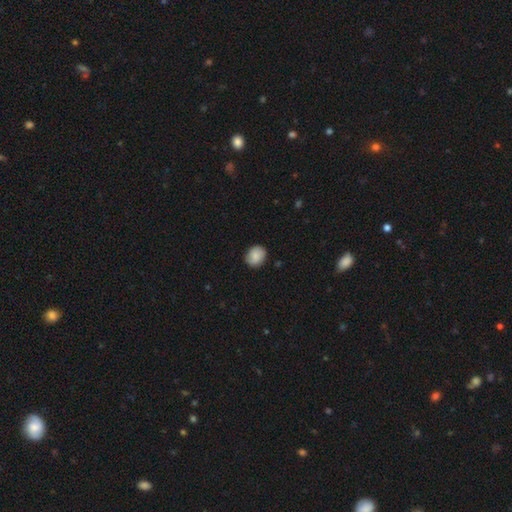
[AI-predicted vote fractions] This is clearly a smooth galaxy (82%). How rounded: likely round (69%). Merging: clearly none (83%).